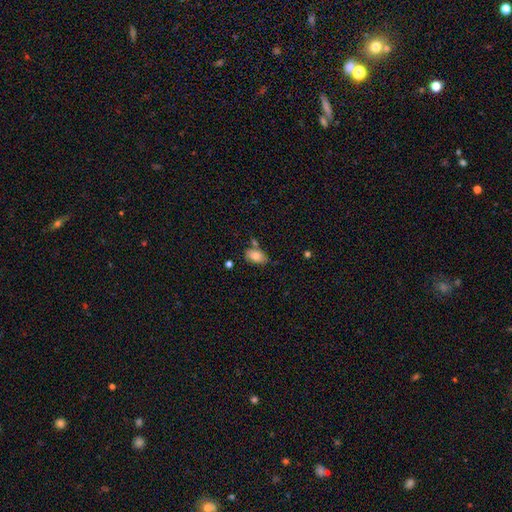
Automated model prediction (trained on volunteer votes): A smooth galaxy with no disk features (80%) that is in between round and cigar-shaped (92%). Merging: none (60%).